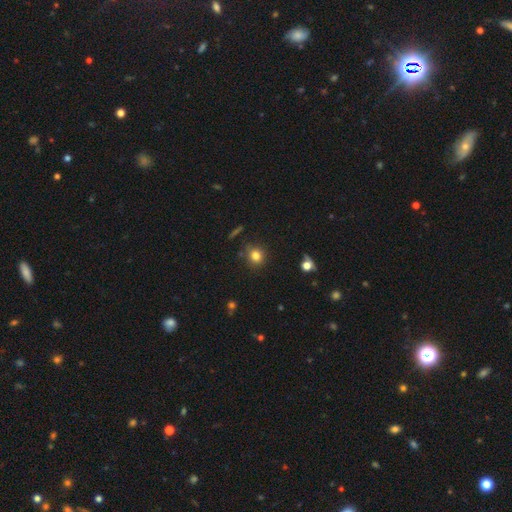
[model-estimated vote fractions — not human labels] This is likely a smooth galaxy (80%). How rounded: clearly round (83%). Merging: clearly none (84%).